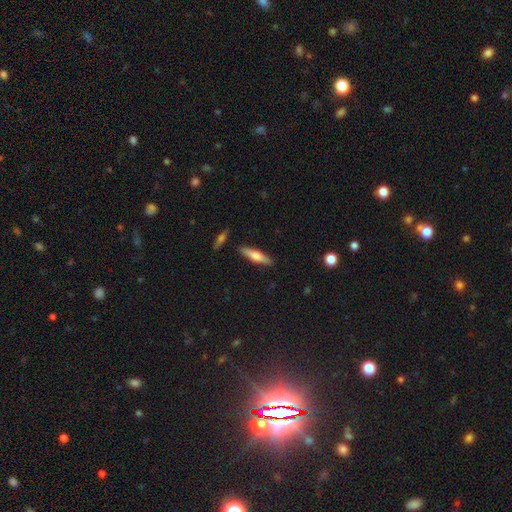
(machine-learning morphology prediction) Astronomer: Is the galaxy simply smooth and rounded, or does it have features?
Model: smooth — 57% (runner-up: featured or disk, 37%).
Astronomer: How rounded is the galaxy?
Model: cigar-shaped — 77%.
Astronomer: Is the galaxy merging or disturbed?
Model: none — 87%.